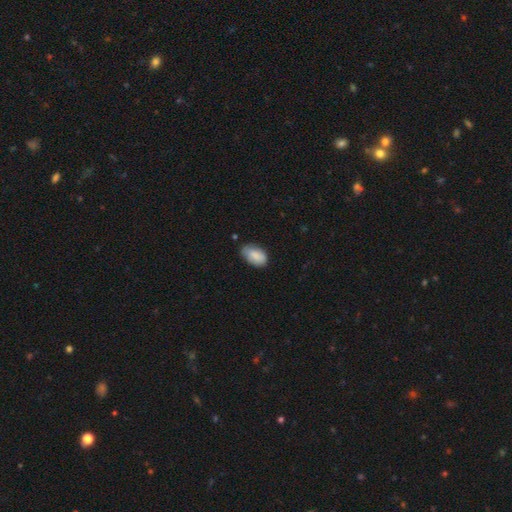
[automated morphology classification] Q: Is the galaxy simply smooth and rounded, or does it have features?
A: smooth — 85%.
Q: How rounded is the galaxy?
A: in between — 93%.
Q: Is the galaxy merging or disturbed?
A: none — 63%.